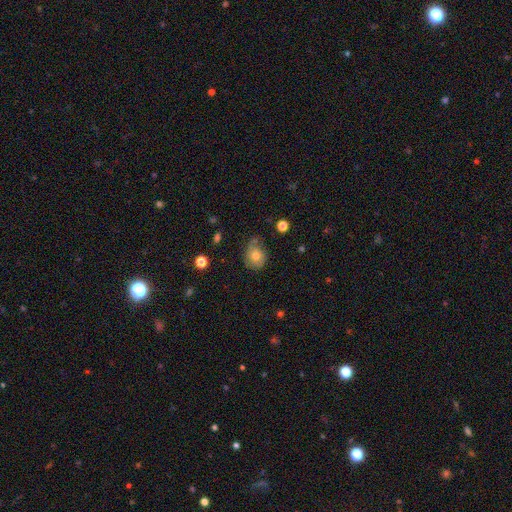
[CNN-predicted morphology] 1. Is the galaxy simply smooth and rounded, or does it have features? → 60% smooth, 30% featured or disk, 10% star or artifact.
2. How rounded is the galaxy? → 62% round, 37% in between, 1% cigar-shaped.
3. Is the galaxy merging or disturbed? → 54% none, 31% minor disturbance, 12% major disturbance, 4% merger.